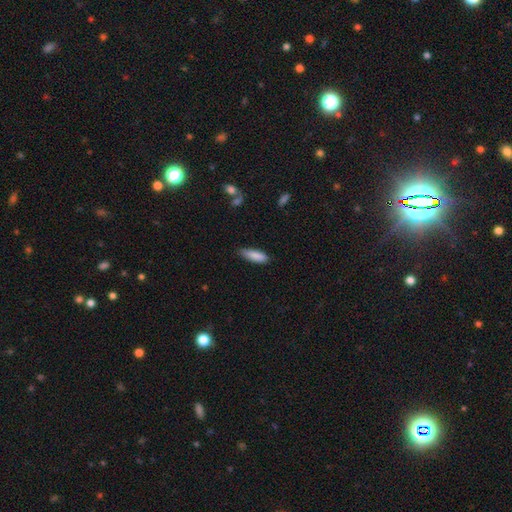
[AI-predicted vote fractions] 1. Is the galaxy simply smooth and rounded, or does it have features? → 87% smooth, 7% featured or disk, 6% star or artifact.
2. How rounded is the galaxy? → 50% in between, 48% cigar-shaped, 2% round.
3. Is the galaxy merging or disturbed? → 76% none, 19% minor disturbance, 3% major disturbance, 1% merger.